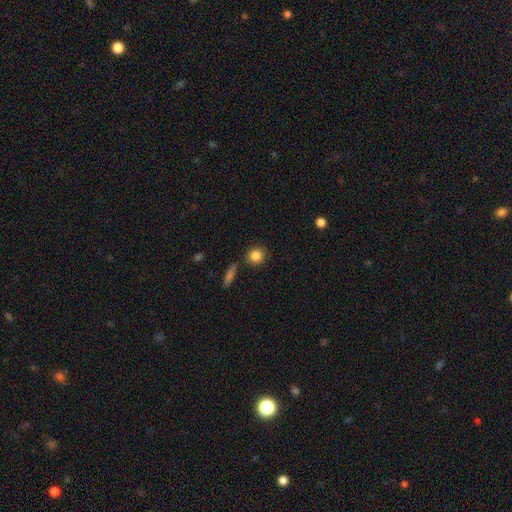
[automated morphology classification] A smooth galaxy with no disk features (85%) that is round (85%). Merging: none (82%).